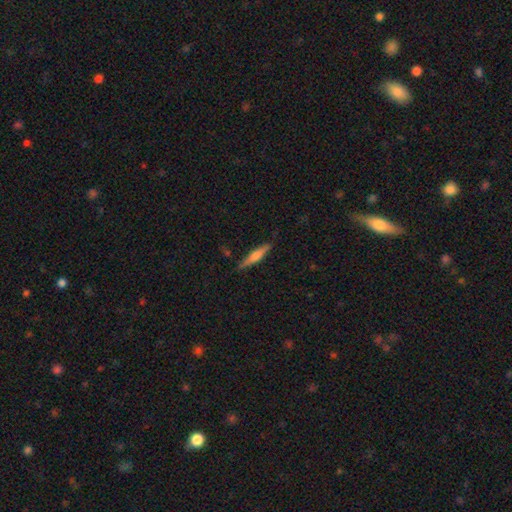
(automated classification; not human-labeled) A featured or disk galaxy (51%) viewed edge-on (96%).

Vote fractions:
- Smooth or featured? featured or disk: 51% / smooth: 43% / star or artifact: 6%
- Edge-on disk? yes: 96% / no: 4%
- Merging? none: 85% / minor disturbance: 11% / major disturbance: 2% / merger: 2%